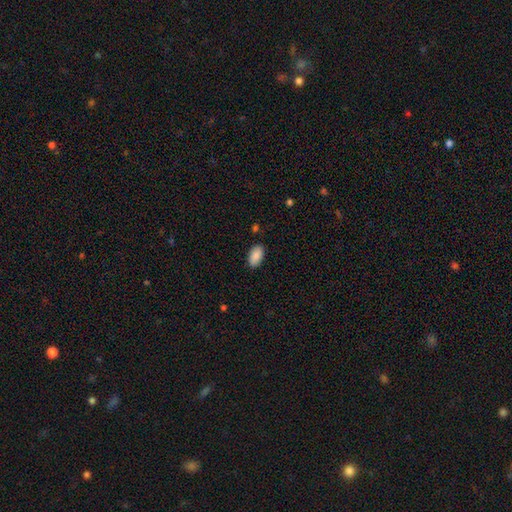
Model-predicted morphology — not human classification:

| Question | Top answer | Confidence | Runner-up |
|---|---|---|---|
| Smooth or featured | smooth | 89% | star or artifact (7%) |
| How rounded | in between | 95% | round (3%) |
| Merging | none | 87% | minor disturbance (9%) |